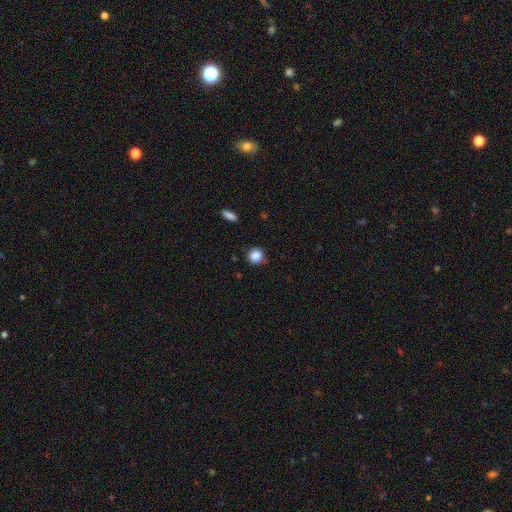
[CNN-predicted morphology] Smooth or featured?
  - smooth: 86% *
  - star or artifact: 10%
  - featured or disk: 4%
How rounded?
  - round: 91% *
  - in between: 8%
  - cigar-shaped: 1%
Merging?
  - none: 84% *
  - minor disturbance: 11%
  - major disturbance: 2%
  - merger: 2%